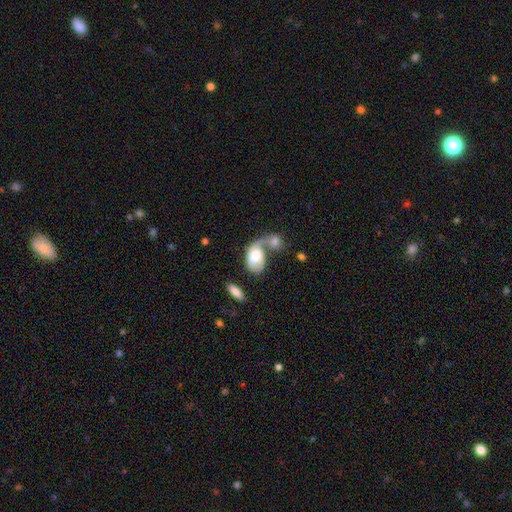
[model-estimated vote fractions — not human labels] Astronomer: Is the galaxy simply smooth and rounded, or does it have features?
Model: smooth — 52% (runner-up: featured or disk, 42%).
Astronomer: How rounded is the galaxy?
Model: in between — 82%.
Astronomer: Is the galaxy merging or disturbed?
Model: merger — 60%.